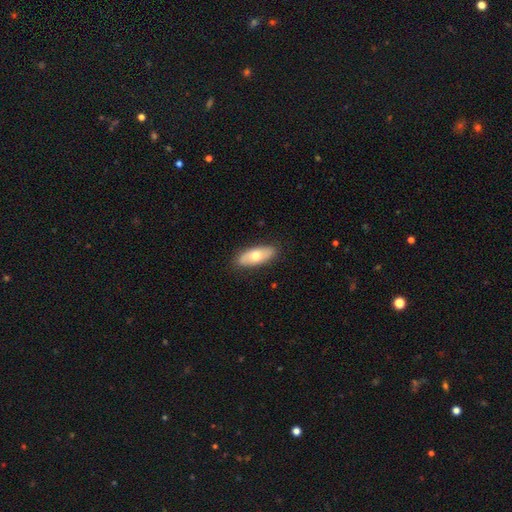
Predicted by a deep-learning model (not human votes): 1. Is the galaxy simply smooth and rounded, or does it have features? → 63% smooth, 32% featured or disk, 5% star or artifact.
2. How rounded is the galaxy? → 83% in between, 14% cigar-shaped, 3% round.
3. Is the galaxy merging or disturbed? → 86% none, 11% minor disturbance, 2% major disturbance, 1% merger.